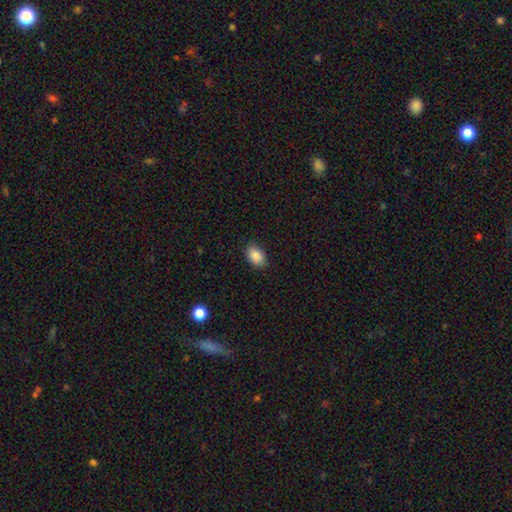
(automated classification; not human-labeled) This appears to be a smooth galaxy with no disk features (87%) that is in between round and cigar-shaped (85%). Merging: none (85%).